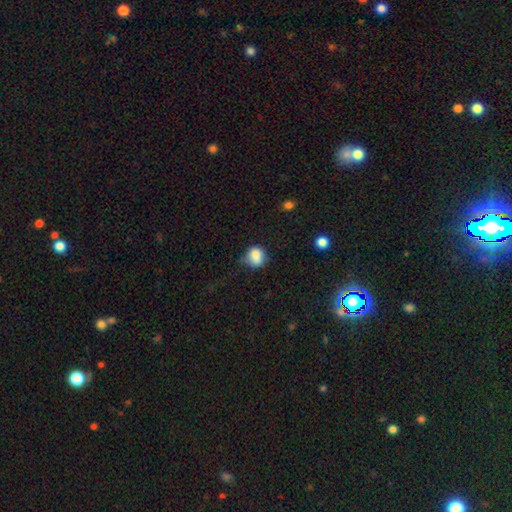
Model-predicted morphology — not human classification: smooth_or_featured: smooth (p=0.82) [alt: star or artifact p=0.10]
how_rounded: round (p=0.65) [alt: in between p=0.33]
merging: none (p=0.48) [alt: minor disturbance p=0.35]